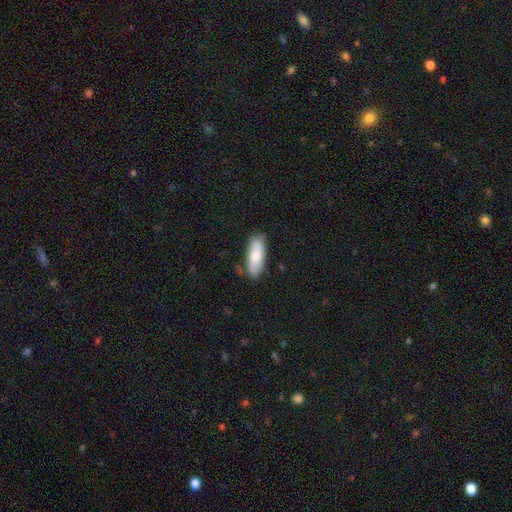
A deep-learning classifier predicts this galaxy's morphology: This is likely a smooth galaxy (77%). How rounded: likely in between (67%). Merging: likely none (76%).